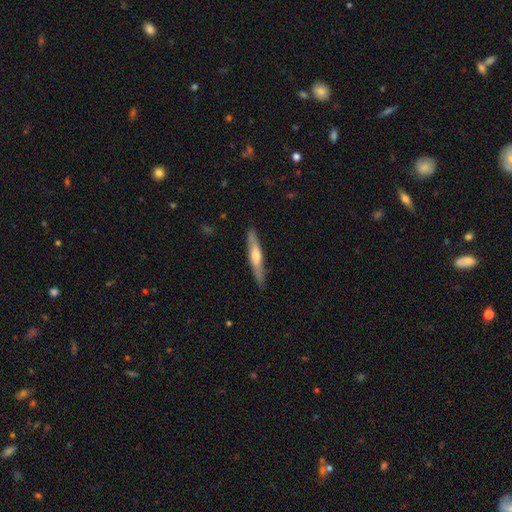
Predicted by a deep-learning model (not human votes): A featured or disk galaxy (49%). Merging: none (85%).